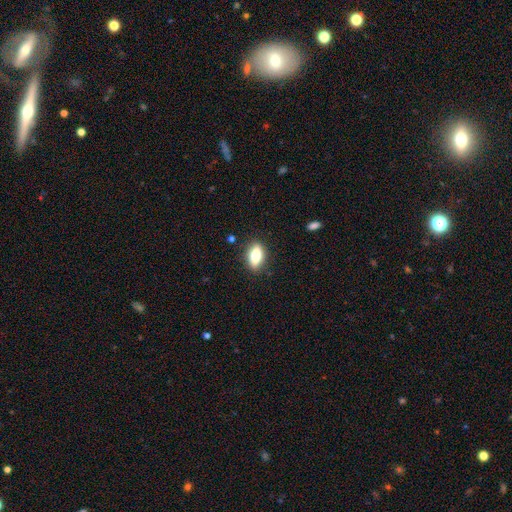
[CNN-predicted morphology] smooth-or-featured: smooth: 72% | featured or disk: 20% | star or artifact: 8%
  how-rounded: in between: 80% | cigar-shaped: 14% | round: 6%
  merging: none: 86% | minor disturbance: 10% | major disturbance: 3% | merger: 1%